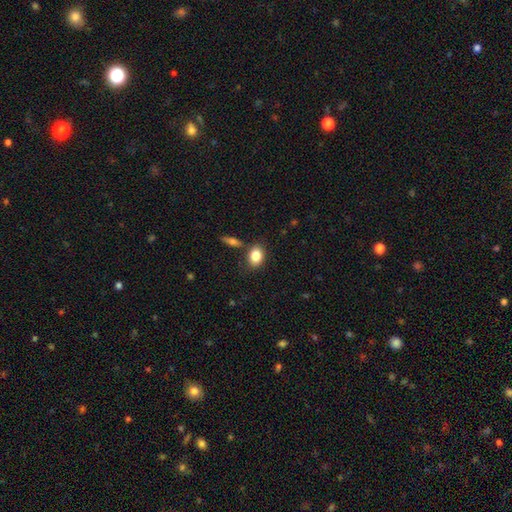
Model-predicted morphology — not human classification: Smooth or featured?
  - smooth: 84% *
  - featured or disk: 8%
  - star or artifact: 8%
How rounded?
  - in between: 74% *
  - round: 24%
  - cigar-shaped: 2%
Merging?
  - none: 77% *
  - minor disturbance: 11%
  - merger: 9%
  - major disturbance: 3%